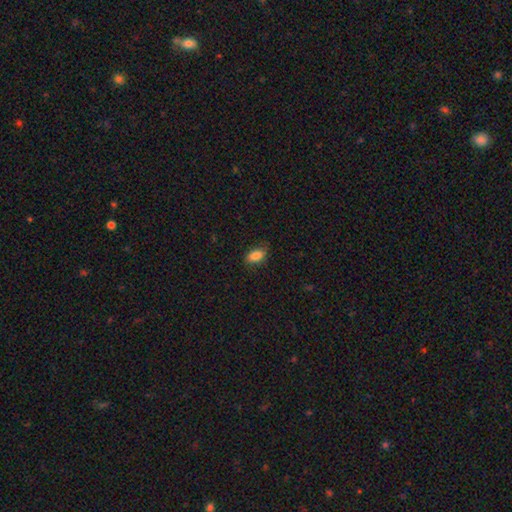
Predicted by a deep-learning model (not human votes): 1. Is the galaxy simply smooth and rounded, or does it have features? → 86% smooth, 8% star or artifact, 6% featured or disk.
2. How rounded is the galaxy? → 90% in between, 6% round, 4% cigar-shaped.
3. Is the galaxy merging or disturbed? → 77% none, 19% minor disturbance, 4% major disturbance, 1% merger.